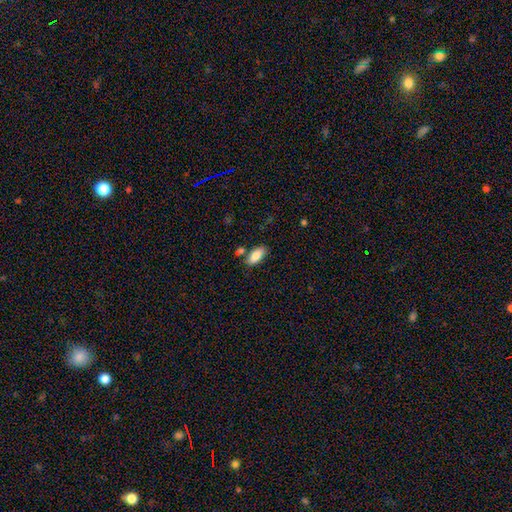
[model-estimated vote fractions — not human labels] Overall: smooth (84%). How rounded: in between (88%). Merging: none (74%).